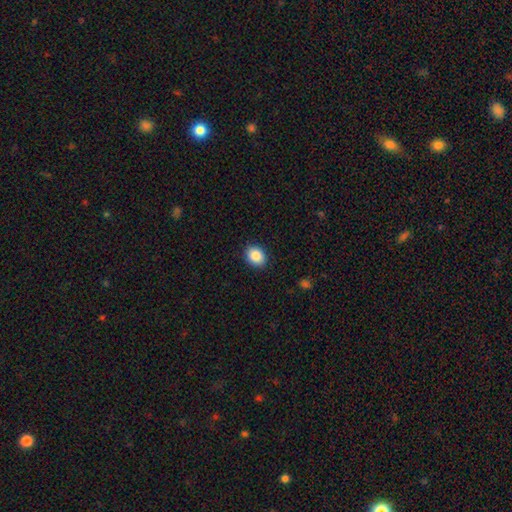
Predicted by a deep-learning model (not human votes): A smooth galaxy with no disk features (88%) that is in between round and cigar-shaped (50%).

Vote fractions:
- Smooth or featured? smooth: 88% / star or artifact: 8% / featured or disk: 4%
- How rounded? in between: 50% / round: 49% / cigar-shaped: 1%
- Merging? none: 90% / minor disturbance: 7% / major disturbance: 2% / merger: 1%